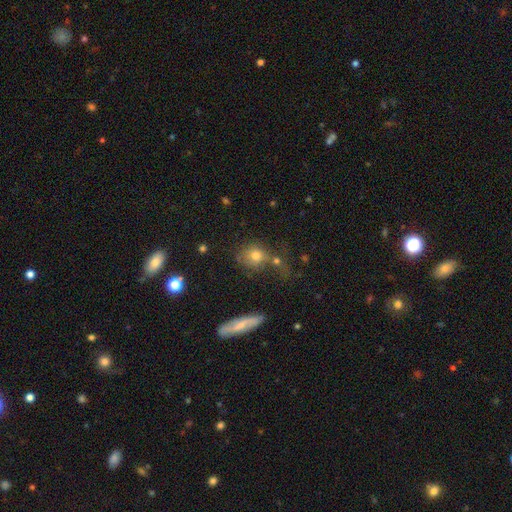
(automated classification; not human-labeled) A smooth galaxy with no disk features (70%) that is round (70%). Merging: none (53%).